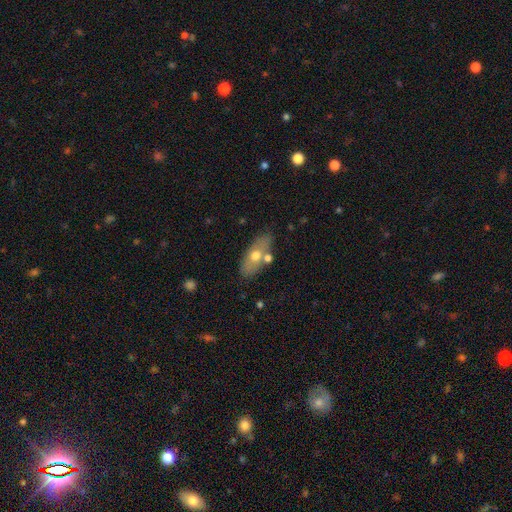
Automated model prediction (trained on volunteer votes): Smooth or featured: smooth — 59% (featured or disk — 34%)
How rounded: in between — 79% (cigar-shaped — 15%)
Merging: none — 73% (minor disturbance — 13%)